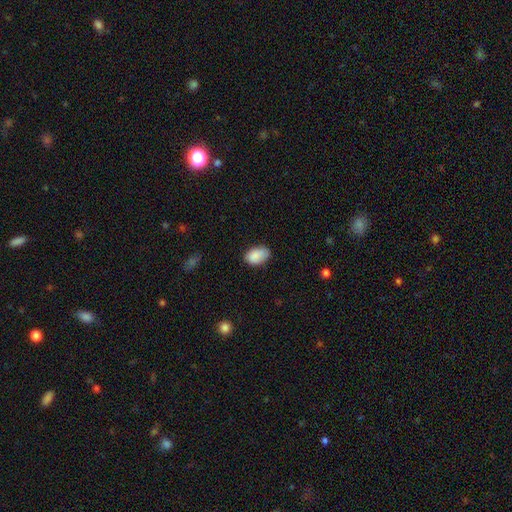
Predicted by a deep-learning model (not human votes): Morphology: type=smooth (87%); roundness=in between (88%); merging=none (70%).